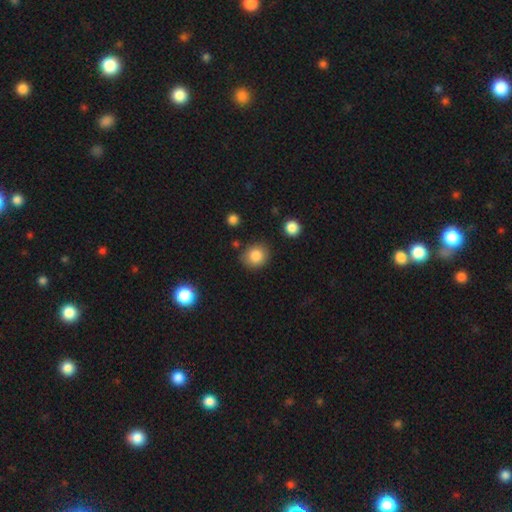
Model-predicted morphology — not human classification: The model was most divided on "how rounded": round: 77%, in between: 22%, cigar-shaped: 1%. More confident: smooth or featured — smooth (85%); merging — none (82%).